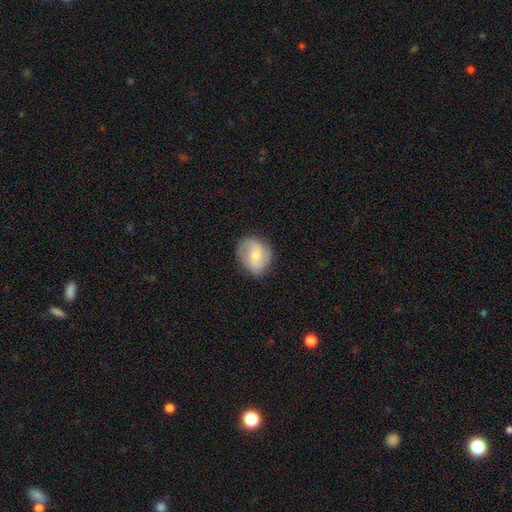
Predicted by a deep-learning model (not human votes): Smooth or featured: featured or disk — 57% (smooth — 36%)
Edge-on disk: no — 97% (yes — 3%)
Bar: weak — 44% (no — 41%)
Spiral arms: yes — 84% (no — 16%)
Bulge size: moderate — 50% (small — 45%)
Merging: none — 80% (minor disturbance — 15%)